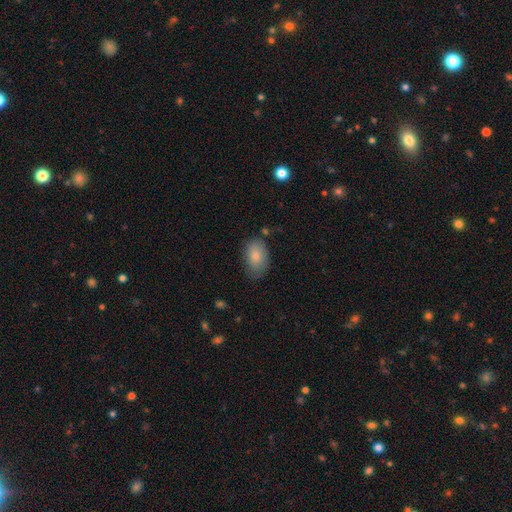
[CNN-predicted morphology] A smooth galaxy with no disk features (84%) that is in between round and cigar-shaped (91%).

Vote fractions:
- Smooth or featured? smooth: 84% / featured or disk: 9% / star or artifact: 7%
- How rounded? in between: 91% / round: 7% / cigar-shaped: 1%
- Merging? none: 69% / minor disturbance: 23% / major disturbance: 5% / merger: 2%